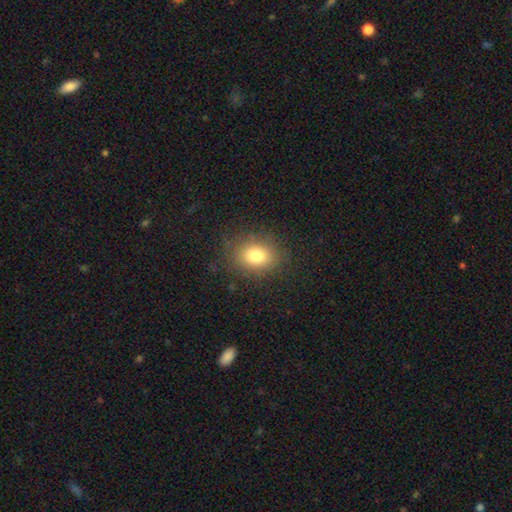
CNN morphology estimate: A smooth galaxy with no disk features (79%) that is in between round and cigar-shaped (61%). Merging: none (83%).